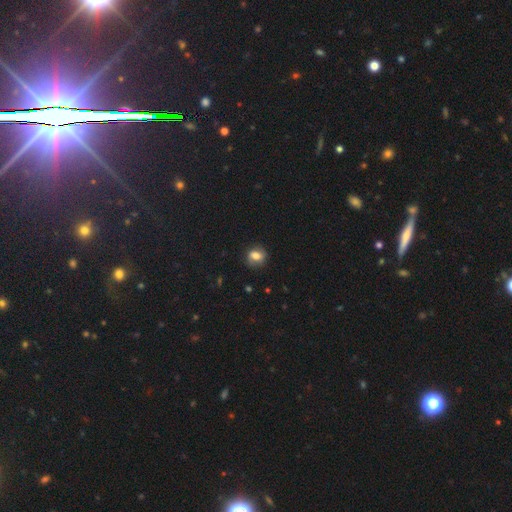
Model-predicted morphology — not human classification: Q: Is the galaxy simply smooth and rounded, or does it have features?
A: smooth — 71%.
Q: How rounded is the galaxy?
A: round — 55%.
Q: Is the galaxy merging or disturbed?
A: none — 78%.